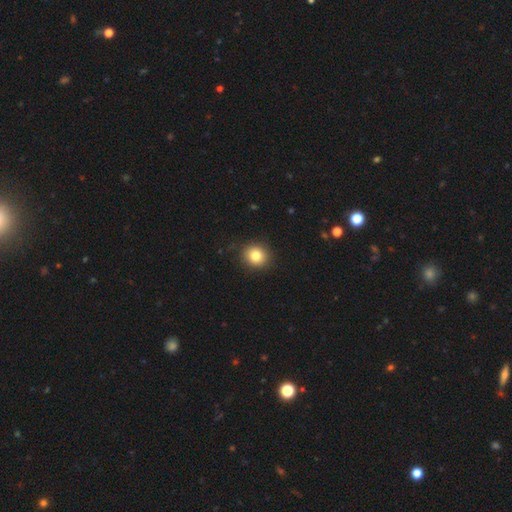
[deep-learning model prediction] The model was most divided on "how rounded": round: 84%, in between: 15%, cigar-shaped: 1%. More confident: merging — none (89%); smooth or featured — smooth (83%).